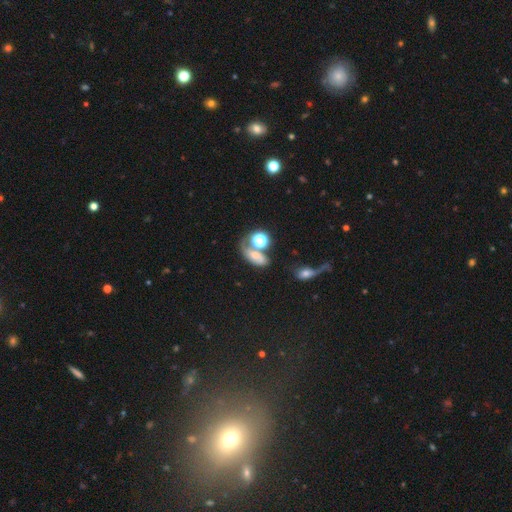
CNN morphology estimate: smooth-or-featured: smooth: 50% | featured or disk: 29% | star or artifact: 21%
  merging: merger: 35% | none: 33% | major disturbance: 16% | minor disturbance: 16%